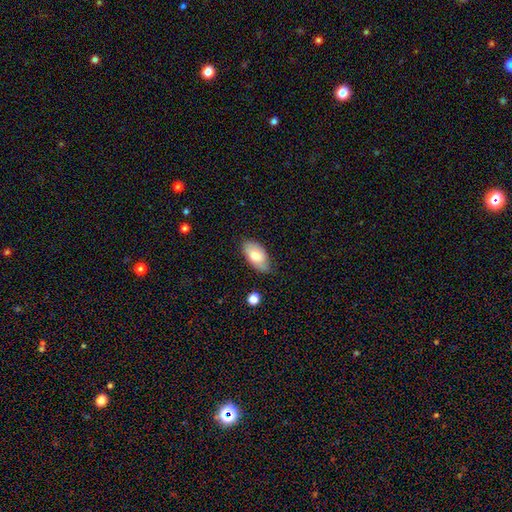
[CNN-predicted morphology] This appears to be a smooth galaxy with no disk features (75%) that is in between round and cigar-shaped (94%). Merging: none (68%).